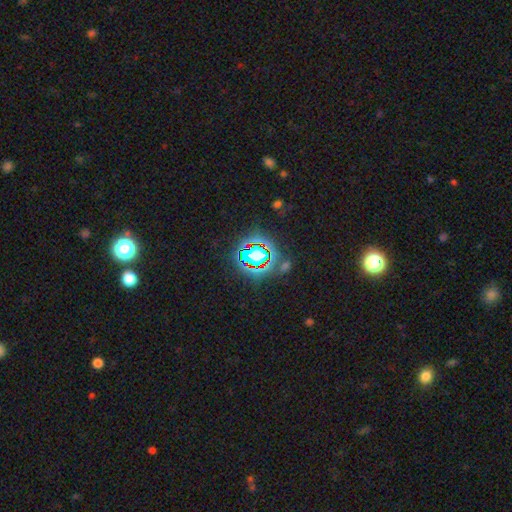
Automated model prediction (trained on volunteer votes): This is likely a star or artifact rather than a galaxy (68%).